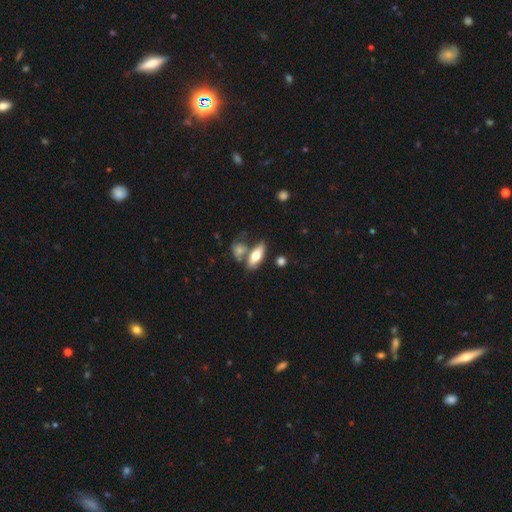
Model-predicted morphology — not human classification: Smooth or featured? Predicted: smooth (p=0.63). How rounded? Predicted: in between (p=0.74). Merging? Predicted: none (p=0.57).